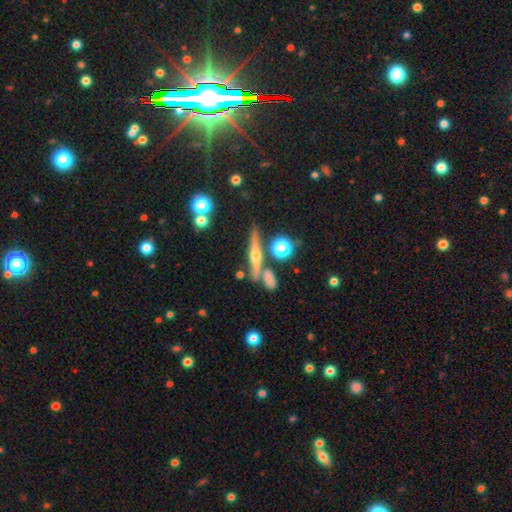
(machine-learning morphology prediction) Smooth or featured?
  - featured or disk: 72% *
  - smooth: 18%
  - star or artifact: 9%
Edge-on disk?
  - yes: 96% *
  - no: 4%
Edge-on bulge?
  - rounded: 92% *
  - none: 5%
  - boxy: 3%
Merging?
  - none: 78% *
  - merger: 10%
  - minor disturbance: 9%
  - major disturbance: 3%